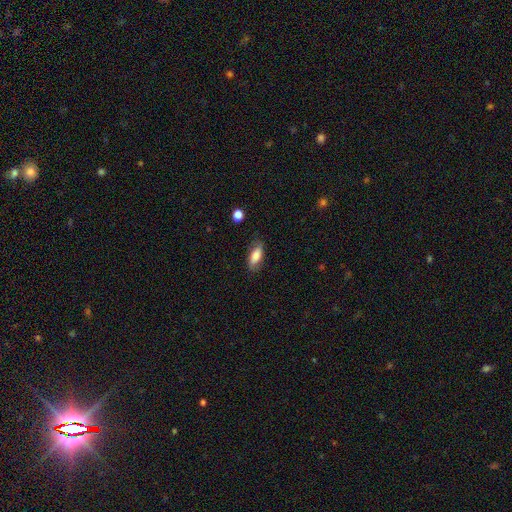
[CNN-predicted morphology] A smooth galaxy with no disk features (76%) that is in between round and cigar-shaped (79%). Merging: none (76%).